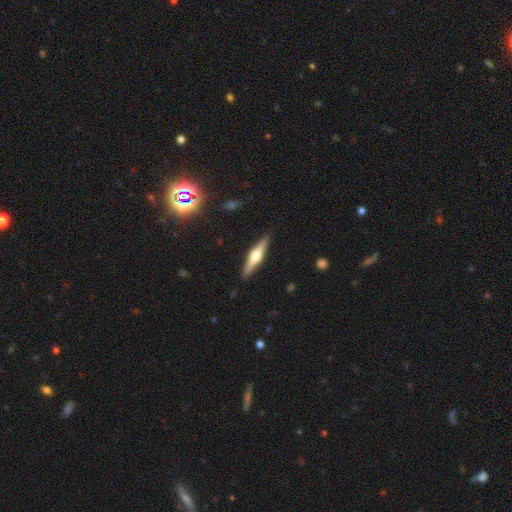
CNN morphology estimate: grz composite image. It shows a featured or disk galaxy (63%) viewed edge-on (97%) with a rounded central bulge (93%). Merging: none (90%).